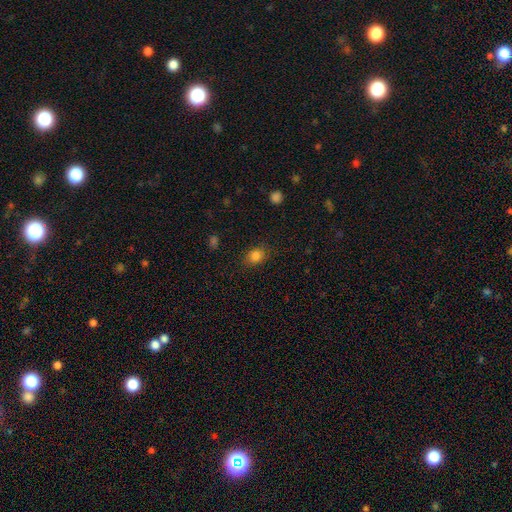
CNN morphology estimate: smooth 82%, star or artifact 12%, featured or disk 6%. Down the decision tree: how rounded — in between (51%); merging — none (84%).